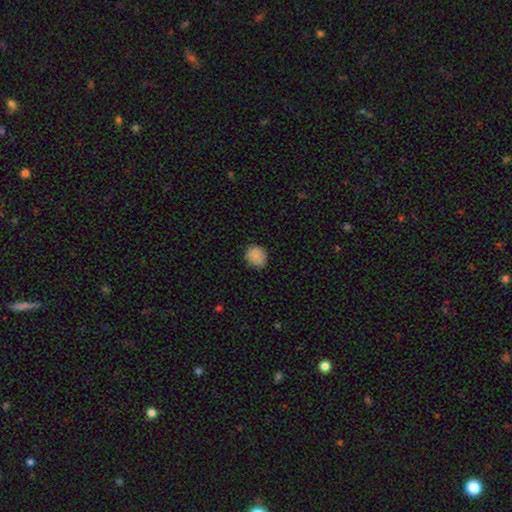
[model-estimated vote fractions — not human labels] Smooth or featured?
  - smooth: 86% *
  - star or artifact: 9%
  - featured or disk: 6%
How rounded?
  - round: 72% *
  - in between: 28%
  - cigar-shaped: 1%
Merging?
  - none: 83% *
  - minor disturbance: 13%
  - major disturbance: 3%
  - merger: 1%